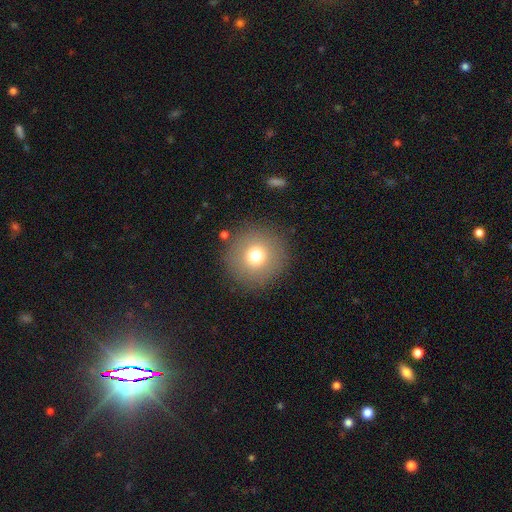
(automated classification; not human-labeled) Overall: smooth (74%). How rounded: round (96%). Merging: none (89%).